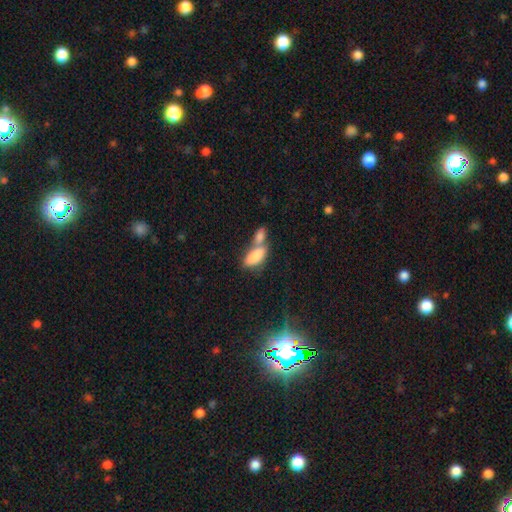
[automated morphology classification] type=smooth (82%); roundness=in between (84%); merging=merger (64%).